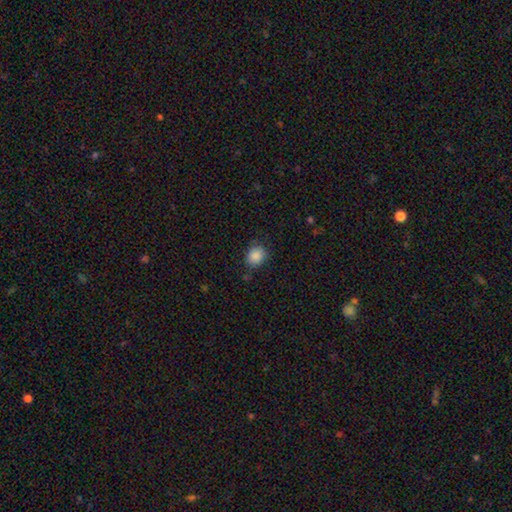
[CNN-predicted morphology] Smooth or featured?
  - smooth: 87% *
  - star or artifact: 9%
  - featured or disk: 4%
How rounded?
  - round: 72% *
  - in between: 27%
  - cigar-shaped: 1%
Merging?
  - none: 79% *
  - minor disturbance: 15%
  - major disturbance: 4%
  - merger: 2%